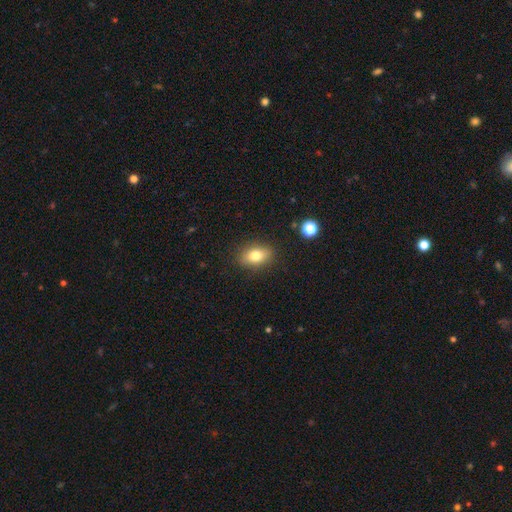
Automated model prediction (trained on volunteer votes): A smooth galaxy with no disk features (78%) that is in between round and cigar-shaped (81%). Merging: none (87%).